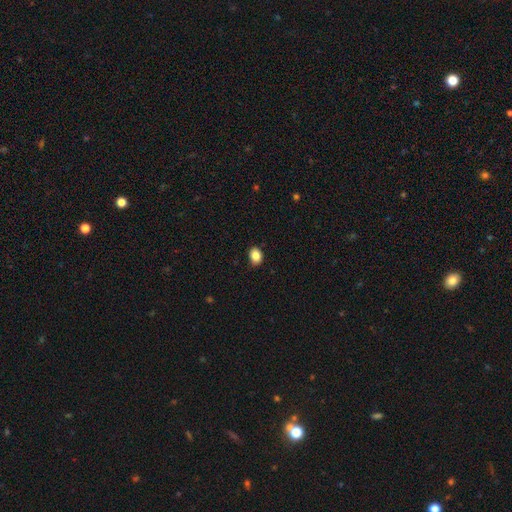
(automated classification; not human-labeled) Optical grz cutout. It shows a smooth galaxy with no disk features (86%) that is in between round and cigar-shaped (67%). Merging: none (87%).